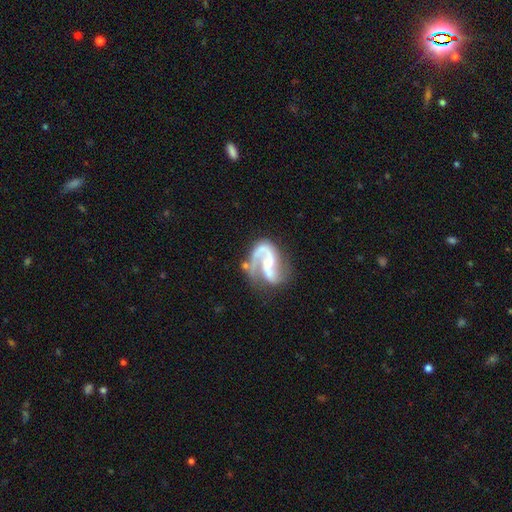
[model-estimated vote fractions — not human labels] smooth-or-featured: featured or disk: 89% | star or artifact: 6% | smooth: 6%
  disk-edge-on: no: 98% | yes: 2%
    bar: weak: 40% | no: 31% | strong: 29%
    has-spiral-arms: yes: 96% | no: 4%
      spiral-winding: medium: 47% | loose: 38% | tight: 14%
      spiral-arm-count: 2: 81% | 1: 12% | can't tell: 3% | 3: 2% | 4: 1% | more than 4: 1%
    bulge-size: small: 51% | moderate: 33% | none: 11% | large: 3% | dominant: 1%
  merging: none: 52% | major disturbance: 21% | minor disturbance: 20% | merger: 7%